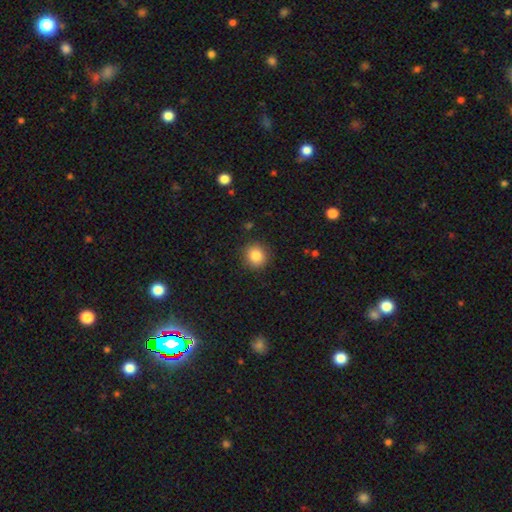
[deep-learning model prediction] Q: Smooth or featured?
A: smooth (84%); runner-up: star or artifact (10%)
Q: How rounded?
A: round (89%); runner-up: in between (10%)
Q: Merging?
A: none (90%); runner-up: minor disturbance (7%)